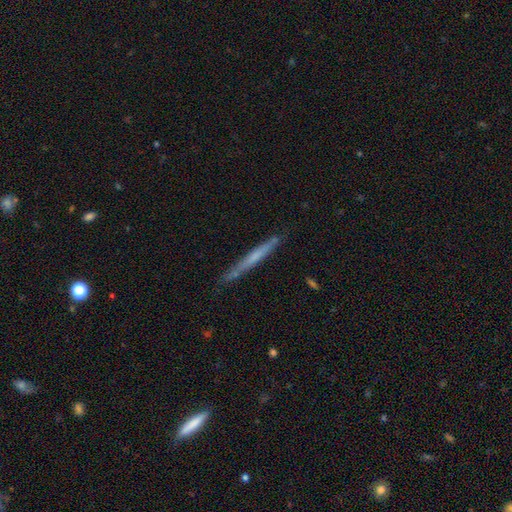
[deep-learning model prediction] This appears to be a smooth galaxy with no disk features (48%). Merging: none (83%).